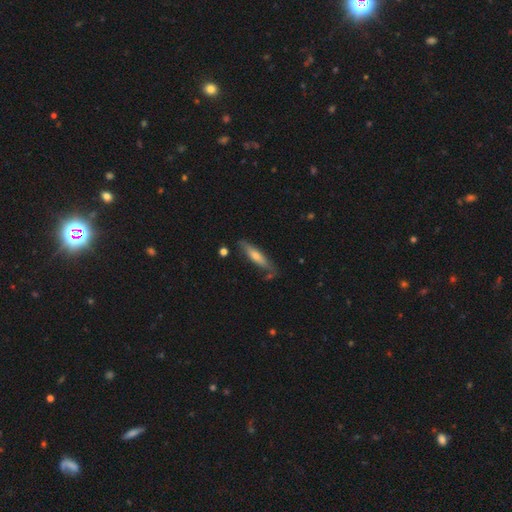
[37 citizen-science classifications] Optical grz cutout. It shows a smooth galaxy with no disk features (51%) that is cigar-shaped (84%). Merging: none (83%).